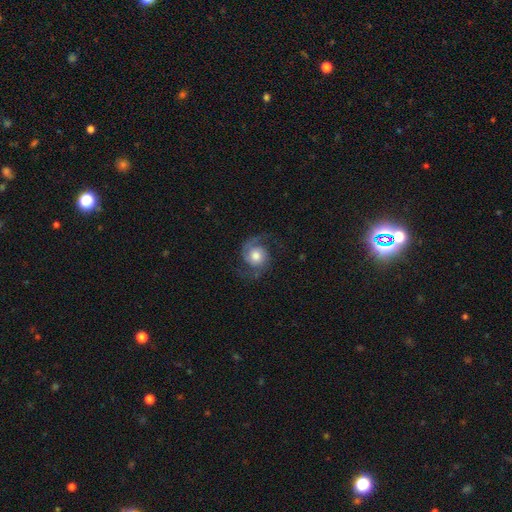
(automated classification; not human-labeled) A featured or disk galaxy (80%) with no bar (71%), 2 (89%) medium (48%) spiral arms (96%) and a moderate central bulge (52%). Merging: none (71%).